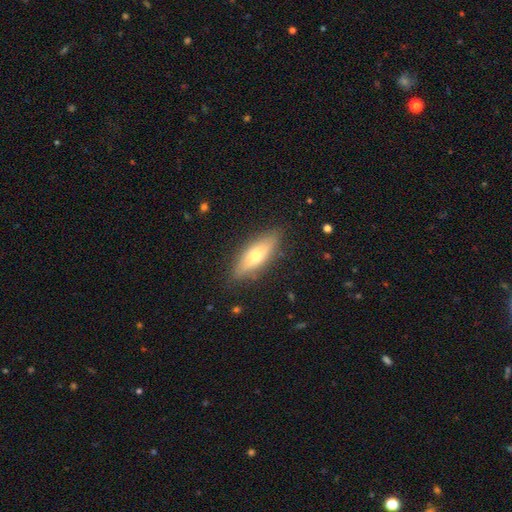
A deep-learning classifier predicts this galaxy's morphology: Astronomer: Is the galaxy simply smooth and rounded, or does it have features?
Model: smooth — 53% (runner-up: featured or disk, 40%).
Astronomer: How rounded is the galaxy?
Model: cigar-shaped — 52% (runner-up: in between, 46%).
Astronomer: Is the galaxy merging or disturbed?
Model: none — 86%.